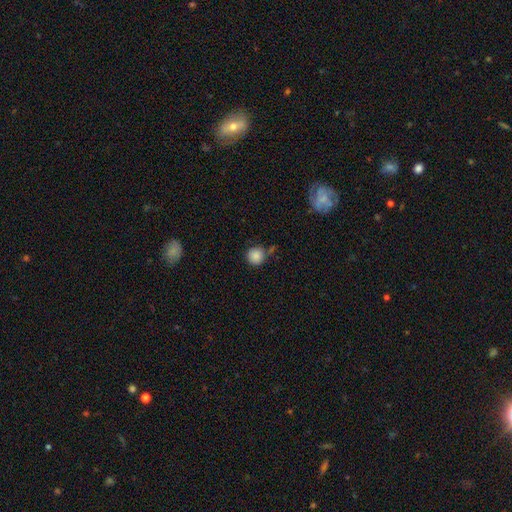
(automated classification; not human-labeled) A smooth galaxy with no disk features (87%) that is round (94%). Merging: none (72%).